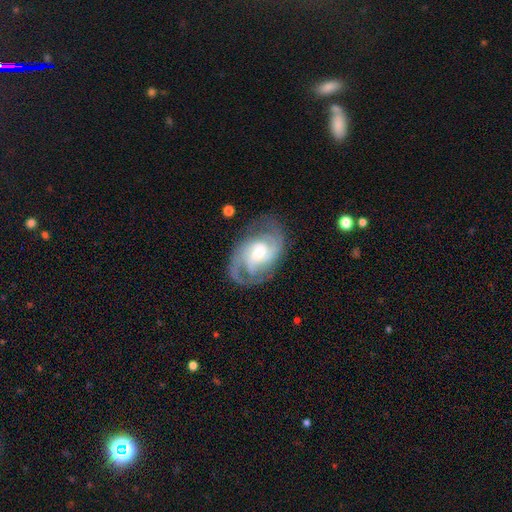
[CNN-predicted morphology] Smooth or featured? featured or disk (87%)
Edge-on disk? no (97%)
Bar? weak (50%)
Spiral arms? yes (97%)
Spiral winding? medium (45%)
Spiral arm count? 2 (42%)
Bulge size? moderate (56%)
Merging? none (73%)